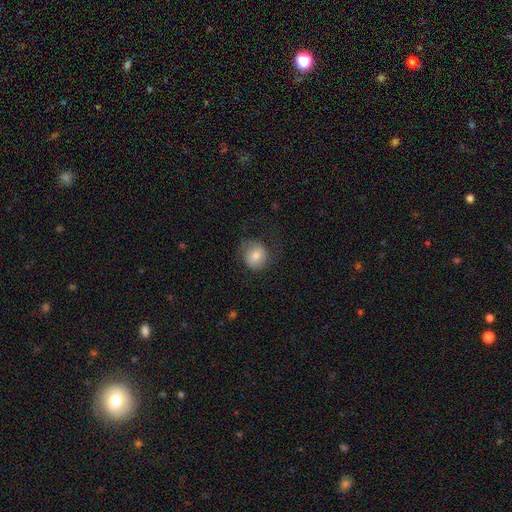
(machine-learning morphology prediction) Q: Smooth or featured?
A: smooth (74%); runner-up: featured or disk (18%)
Q: How rounded?
A: round (78%); runner-up: in between (21%)
Q: Merging?
A: none (62%); runner-up: minor disturbance (21%)